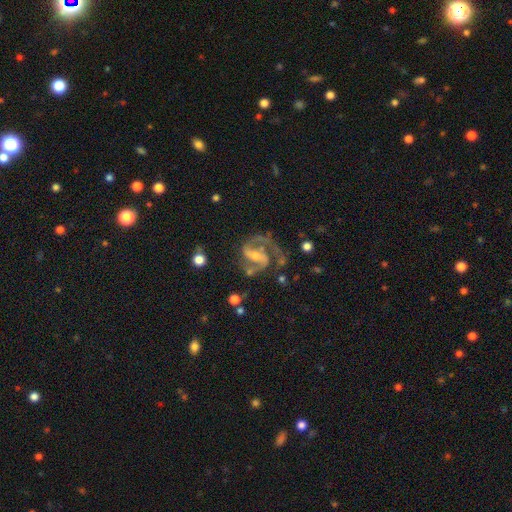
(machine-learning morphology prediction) A featured or disk galaxy (91%) with a strong bar (46%), 2 (91%) medium (64%) spiral arms (97%) and a small central bulge (49%). Merging: none (65%).